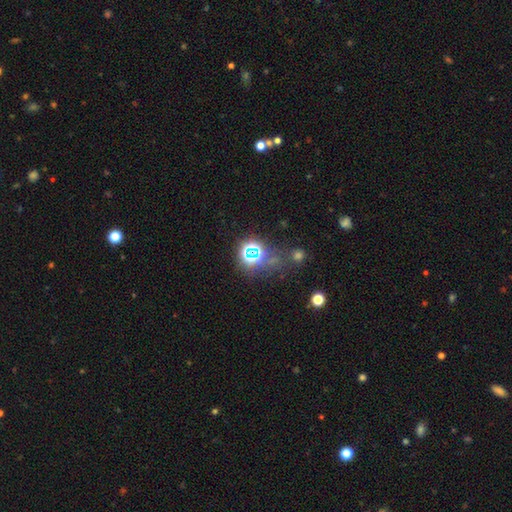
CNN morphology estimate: Q: Smooth or featured?
A: star or artifact (47%); runner-up: smooth (44%)